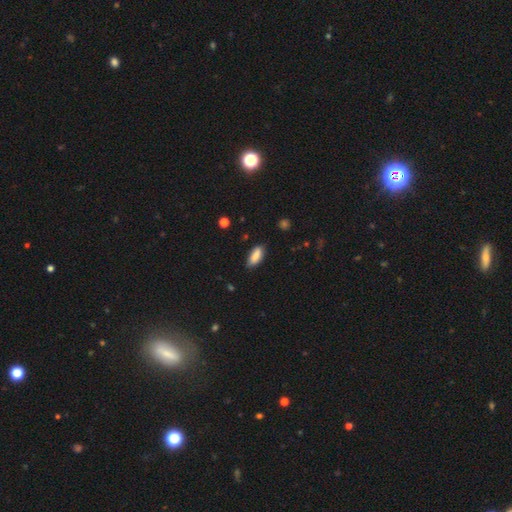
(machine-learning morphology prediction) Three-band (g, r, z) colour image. It shows a smooth galaxy with no disk features (86%) that is in between round and cigar-shaped (80%). Merging: none (78%).